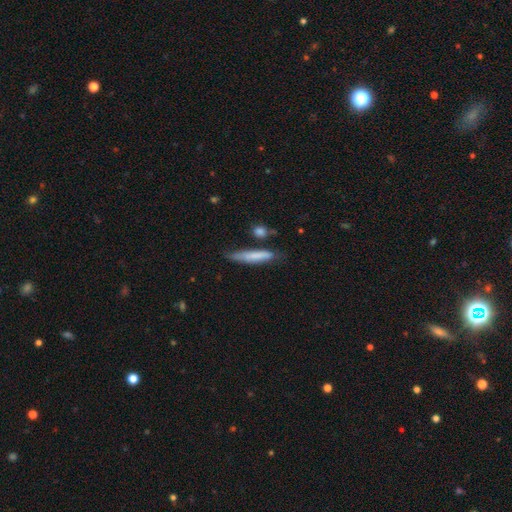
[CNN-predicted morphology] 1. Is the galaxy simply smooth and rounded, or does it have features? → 70% smooth, 23% featured or disk, 6% star or artifact.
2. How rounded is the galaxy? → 89% cigar-shaped, 9% in between, 2% round.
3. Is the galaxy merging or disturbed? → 65% none, 23% minor disturbance, 6% merger, 6% major disturbance.